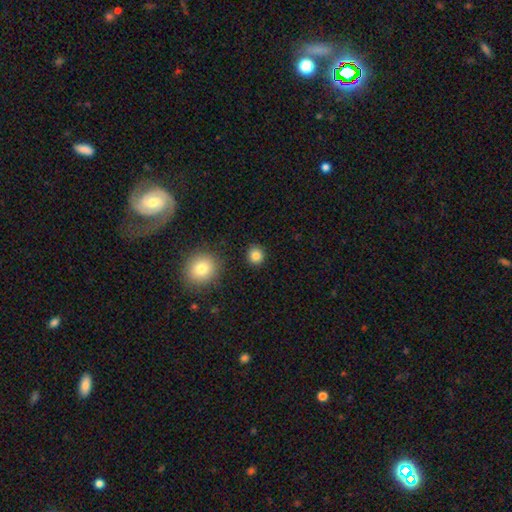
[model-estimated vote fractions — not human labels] Morphology: type=smooth (84%); roundness=round (90%); merging=none (90%).